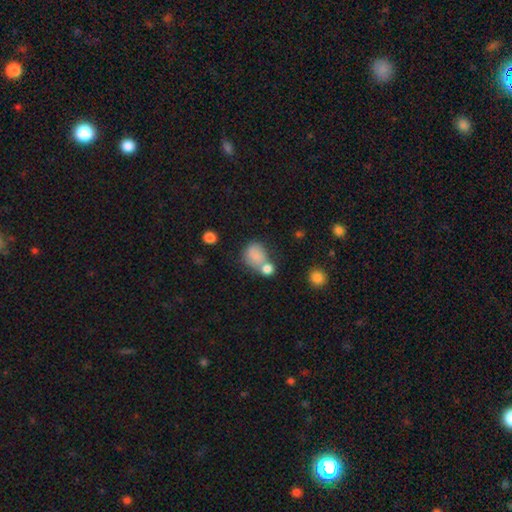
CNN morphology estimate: A smooth galaxy with no disk features (80%) that is round (65%). Merging: none (39%, tied with merger).